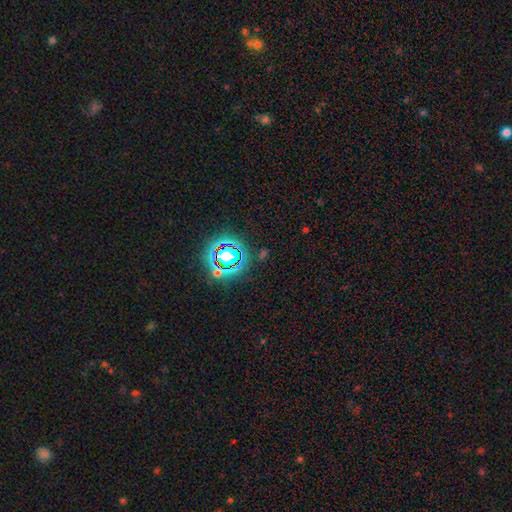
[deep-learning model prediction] A star or artifact, not a galaxy (75%).